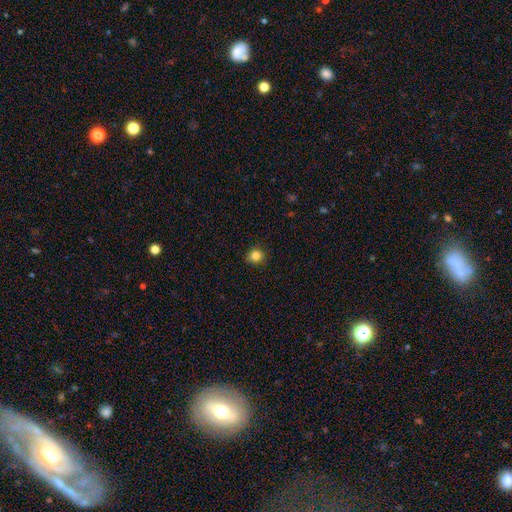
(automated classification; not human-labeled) This is clearly a smooth galaxy (84%). How rounded: clearly round (85%). Merging: clearly none (89%).